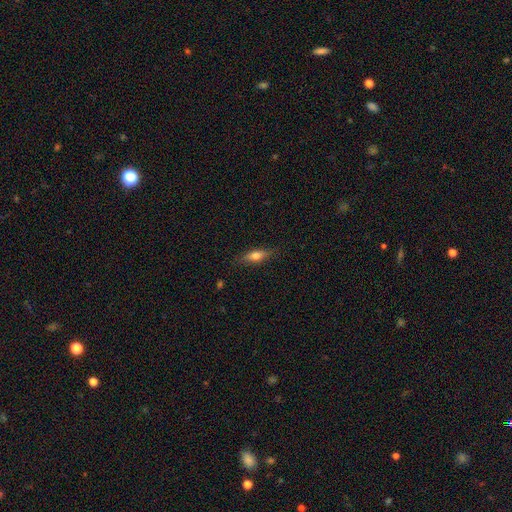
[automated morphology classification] This is likely a smooth galaxy (65%). How rounded: possibly in between (52%). Merging: clearly none (83%).